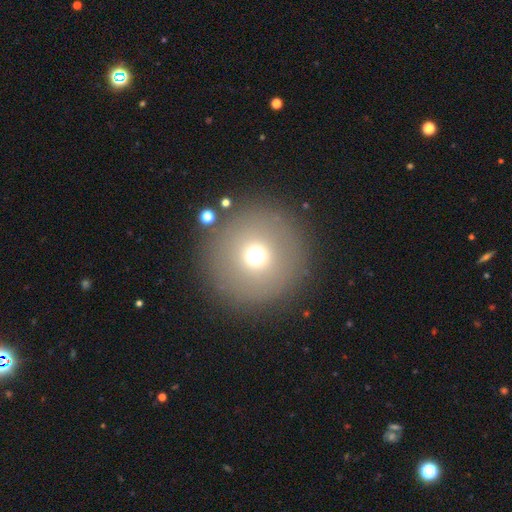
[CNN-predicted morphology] Overall: smooth (67%). How rounded: round (95%). Merging: none (85%).